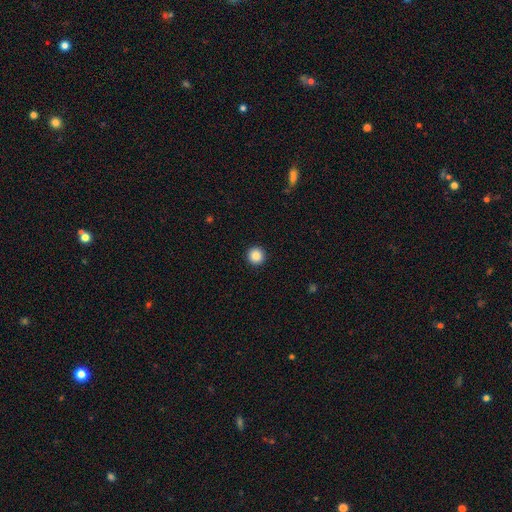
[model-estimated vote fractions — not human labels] Q: Smooth or featured?
A: smooth (88%); runner-up: star or artifact (9%)
Q: How rounded?
A: round (96%); runner-up: in between (3%)
Q: Merging?
A: none (94%); runner-up: minor disturbance (4%)